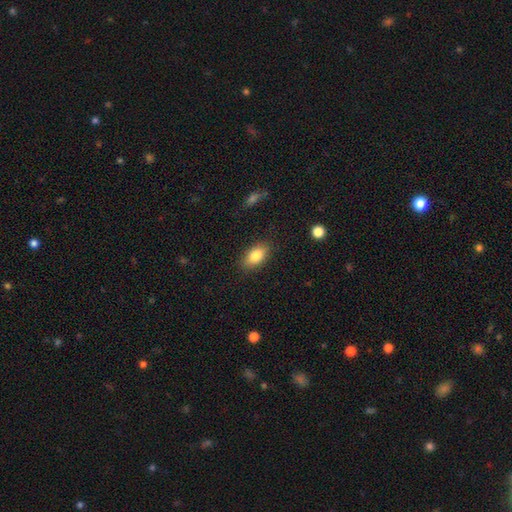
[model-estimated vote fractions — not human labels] Overall: smooth (82%). How rounded: in between (90%). Merging: none (86%).